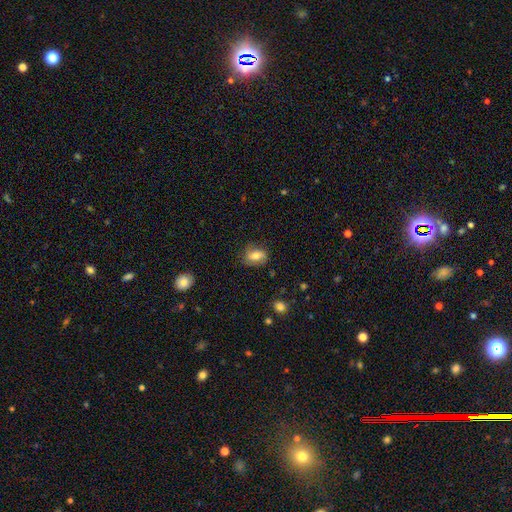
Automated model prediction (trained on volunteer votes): smooth-or-featured: smooth: 59% | featured or disk: 32% | star or artifact: 9%
  how-rounded: in between: 71% | round: 26% | cigar-shaped: 3%
  merging: none: 71% | minor disturbance: 21% | major disturbance: 6% | merger: 2%